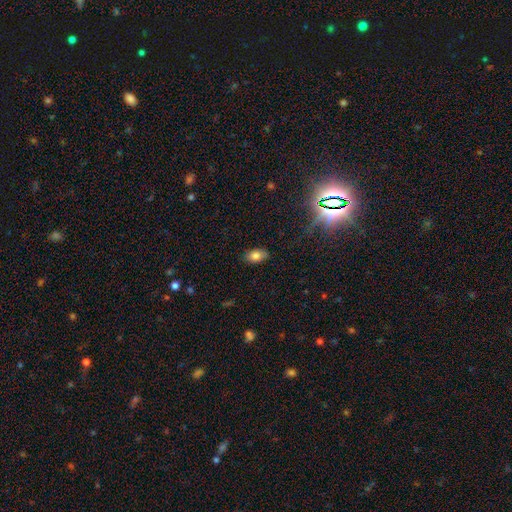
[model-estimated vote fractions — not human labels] Overall: smooth (79%). How rounded: in between (90%). Merging: none (85%).